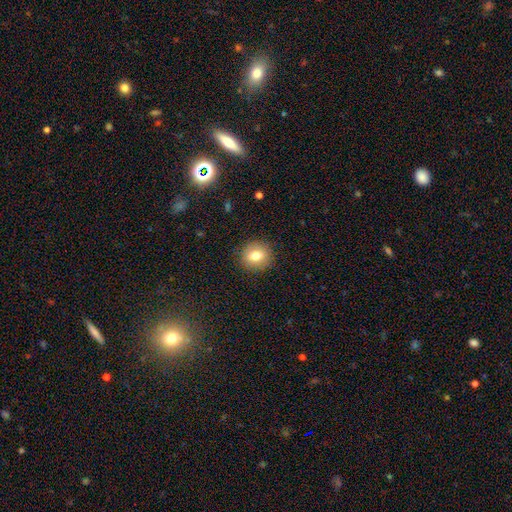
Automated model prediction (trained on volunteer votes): smooth_or_featured: smooth (p=0.75) [alt: featured or disk p=0.15]
how_rounded: round (p=0.85) [alt: in between p=0.14]
merging: none (p=0.89) [alt: minor disturbance p=0.07]